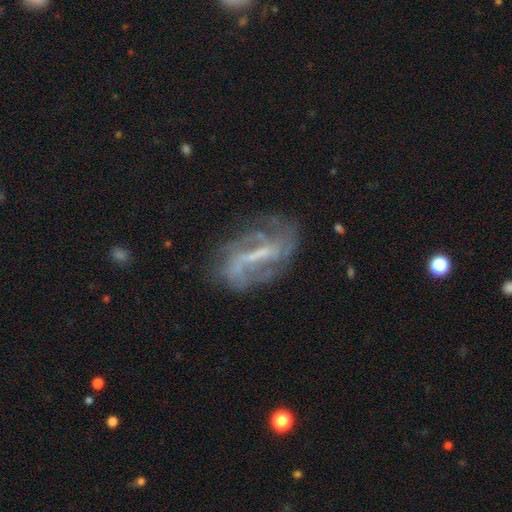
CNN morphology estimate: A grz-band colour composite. It shows a featured or disk galaxy (79%) with a strong bar (50%), 2 (46%) medium (38%) spiral arms (79%) and a small central bulge (38%). Merging: none (59%).